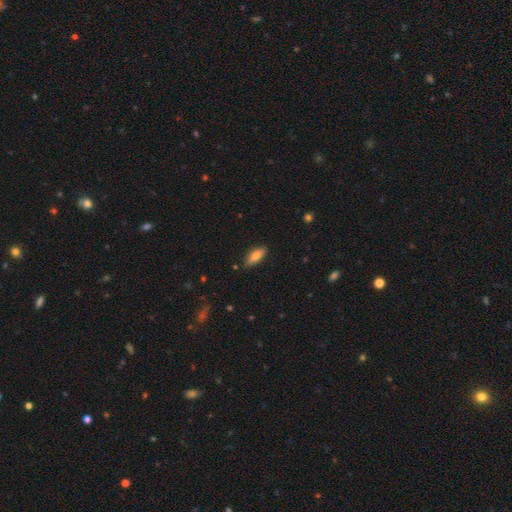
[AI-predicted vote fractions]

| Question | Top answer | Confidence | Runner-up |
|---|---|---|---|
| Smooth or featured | smooth | 73% | featured or disk (20%) |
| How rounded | in between | 70% | cigar-shaped (27%) |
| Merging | none | 84% | minor disturbance (13%) |